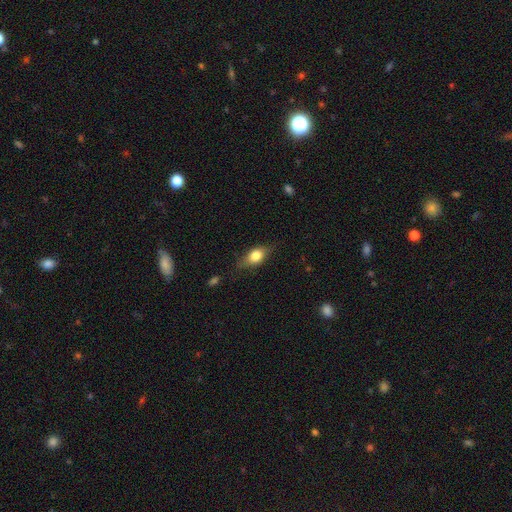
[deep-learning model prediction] Smooth or featured?
  - smooth: 72% *
  - featured or disk: 20%
  - star or artifact: 8%
How rounded?
  - in between: 77% *
  - round: 13%
  - cigar-shaped: 10%
Merging?
  - none: 74% *
  - minor disturbance: 20%
  - major disturbance: 5%
  - merger: 1%